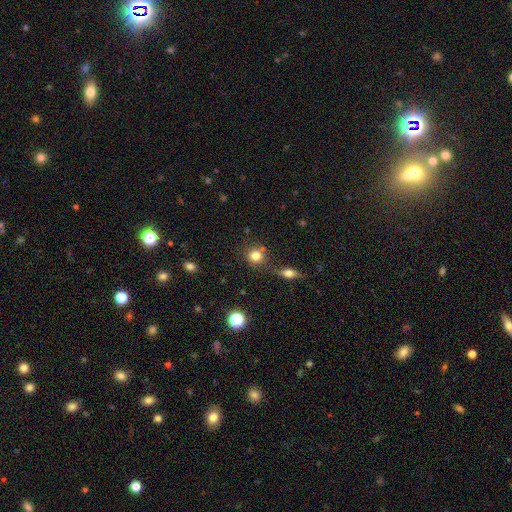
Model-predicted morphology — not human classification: Q: Smooth or featured?
A: smooth (80%); runner-up: star or artifact (12%)
Q: How rounded?
A: round (88%); runner-up: in between (11%)
Q: Merging?
A: none (70%); runner-up: merger (14%)